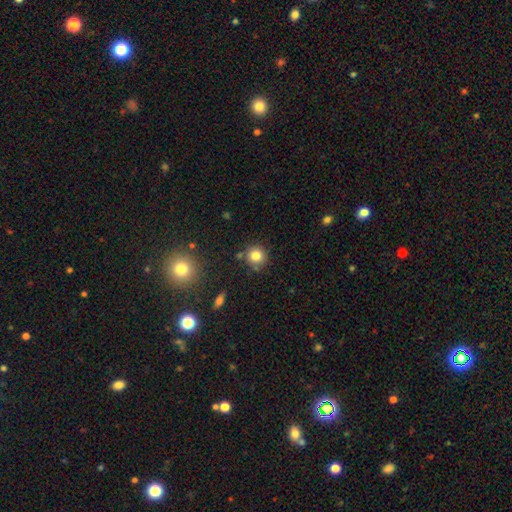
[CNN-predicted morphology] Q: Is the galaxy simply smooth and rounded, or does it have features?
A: smooth — 81%.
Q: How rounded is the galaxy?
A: round — 91%.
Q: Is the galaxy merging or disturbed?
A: none — 82%.